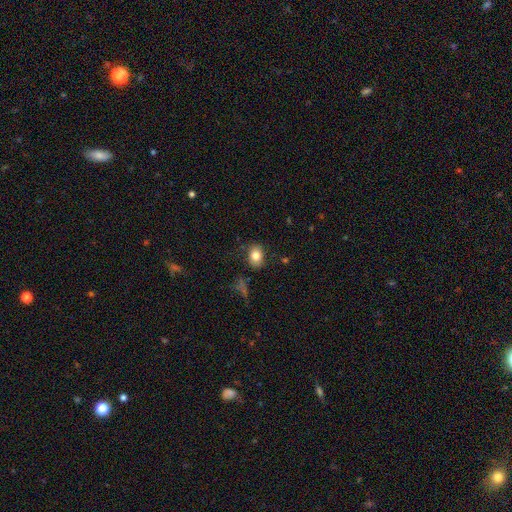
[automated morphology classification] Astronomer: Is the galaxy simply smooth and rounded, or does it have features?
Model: smooth — 81%.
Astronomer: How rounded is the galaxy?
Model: in between — 64%.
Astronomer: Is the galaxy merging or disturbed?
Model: none — 81%.